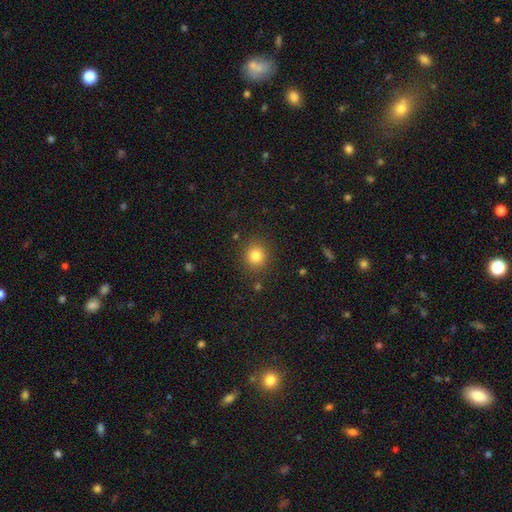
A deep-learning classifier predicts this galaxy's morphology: A smooth galaxy with no disk features (82%) that is round (86%). Merging: none (87%).